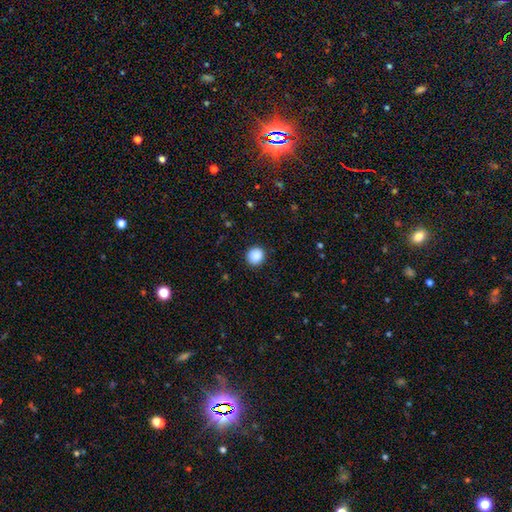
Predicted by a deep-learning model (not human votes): Smooth or featured? smooth (89%)
How rounded? round (89%)
Merging? none (91%)